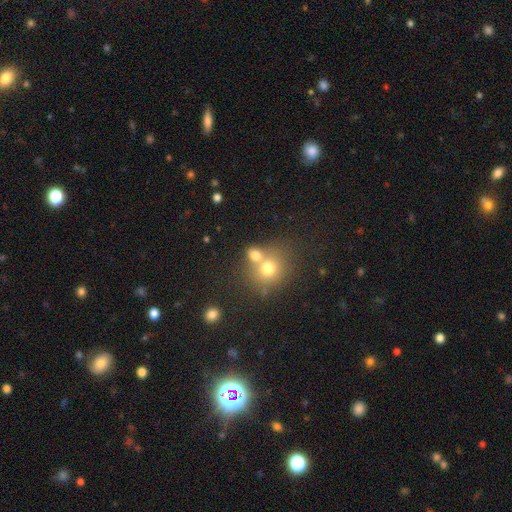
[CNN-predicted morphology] Smooth or featured?
  - smooth: 71% *
  - featured or disk: 15%
  - star or artifact: 14%
How rounded?
  - round: 67% *
  - in between: 32%
  - cigar-shaped: 1%
Merging?
  - merger: 50% *
  - none: 38%
  - minor disturbance: 8%
  - major disturbance: 4%